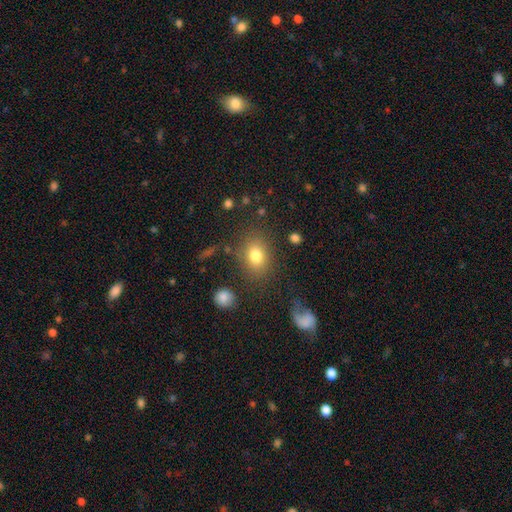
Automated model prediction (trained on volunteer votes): smooth-or-featured: smooth: 78% | star or artifact: 12% | featured or disk: 10%
  how-rounded: in between: 60% | round: 39% | cigar-shaped: 1%
  merging: none: 79% | minor disturbance: 12% | major disturbance: 5% | merger: 4%